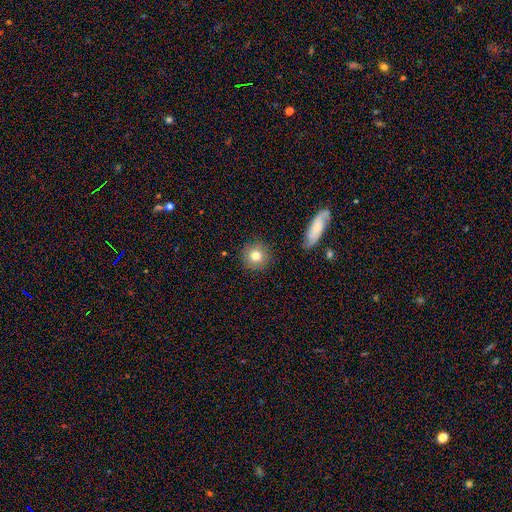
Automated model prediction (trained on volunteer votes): smooth_or_featured: smooth (p=0.80) [alt: featured or disk p=0.11]
how_rounded: round (p=0.93) [alt: in between p=0.06]
merging: none (p=0.88) [alt: minor disturbance p=0.08]